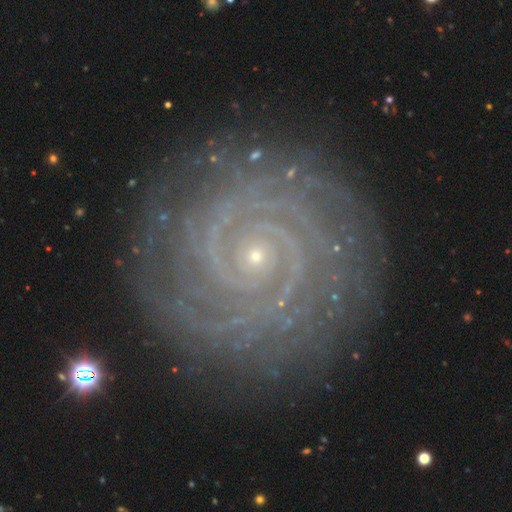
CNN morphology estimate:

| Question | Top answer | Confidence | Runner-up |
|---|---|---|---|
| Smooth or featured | featured or disk | 91% | star or artifact (6%) |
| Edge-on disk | no | 98% | yes (2%) |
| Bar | no | 70% | weak (20%) |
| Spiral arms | yes | 99% | no (1%) |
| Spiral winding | tight | 87% | medium (11%) |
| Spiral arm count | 2 | 56% | 3 (13%) |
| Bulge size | small | 88% | moderate (9%) |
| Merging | none | 86% | minor disturbance (10%) |